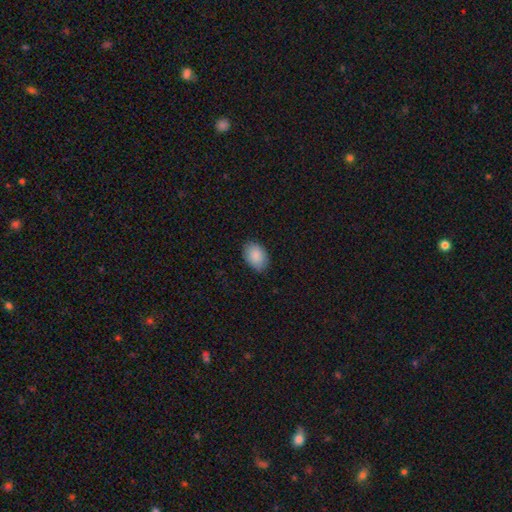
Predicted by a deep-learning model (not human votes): A smooth galaxy with no disk features (90%) that is in between round and cigar-shaped (84%).

Vote fractions:
- Smooth or featured? smooth: 90% / star or artifact: 6% / featured or disk: 4%
- How rounded? in between: 84% / round: 15% / cigar-shaped: 1%
- Merging? none: 84% / minor disturbance: 13% / major disturbance: 2% / merger: 1%